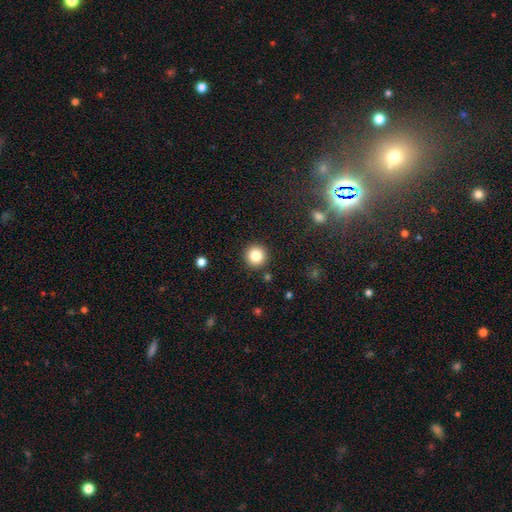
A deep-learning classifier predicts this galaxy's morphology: Smooth or featured: smooth — 83% (star or artifact — 11%)
How rounded: round — 95% (in between — 4%)
Merging: none — 91% (minor disturbance — 5%)